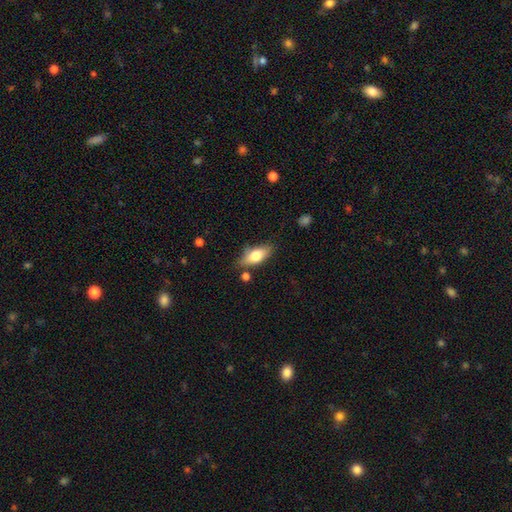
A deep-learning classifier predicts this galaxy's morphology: Smooth or featured: smooth — 70% (featured or disk — 24%)
How rounded: in between — 81% (cigar-shaped — 16%)
Merging: none — 70% (minor disturbance — 20%)